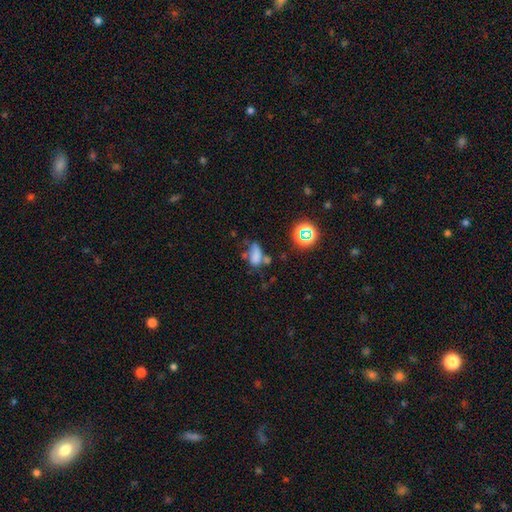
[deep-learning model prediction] The model was most divided on "merging": none: 33%, minor disturbance: 25%, merger: 21%, major disturbance: 21%. More confident: how rounded — in between (82%); smooth or featured — smooth (66%).